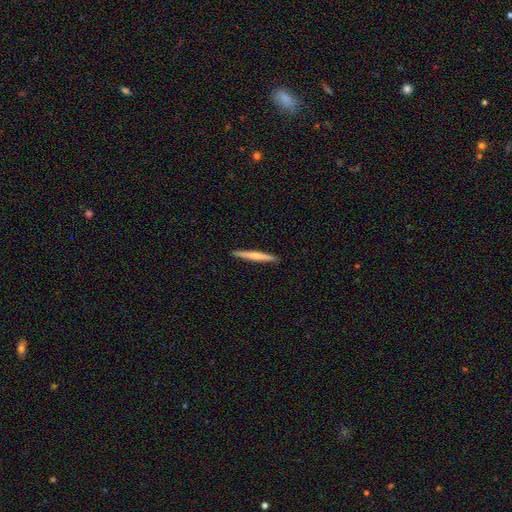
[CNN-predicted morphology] type=smooth (56%); roundness=cigar-shaped (96%); merging=none (92%).